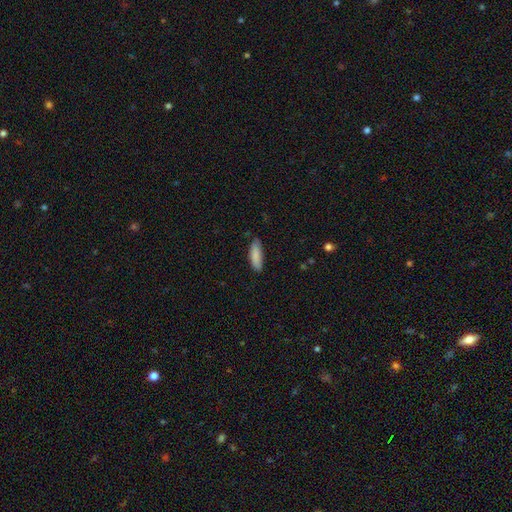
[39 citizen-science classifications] This appears to be a smooth galaxy with no disk features (85%) that is in between round and cigar-shaped (67%). Merging: none (73%).